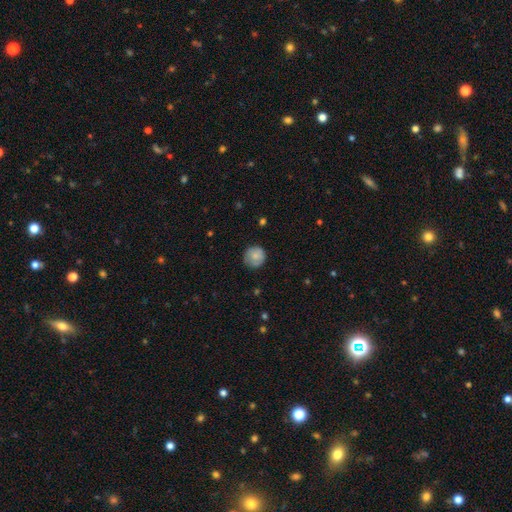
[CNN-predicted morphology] Q: Smooth or featured?
A: smooth (80%); runner-up: featured or disk (13%)
Q: How rounded?
A: round (93%); runner-up: in between (6%)
Q: Merging?
A: none (81%); runner-up: minor disturbance (15%)